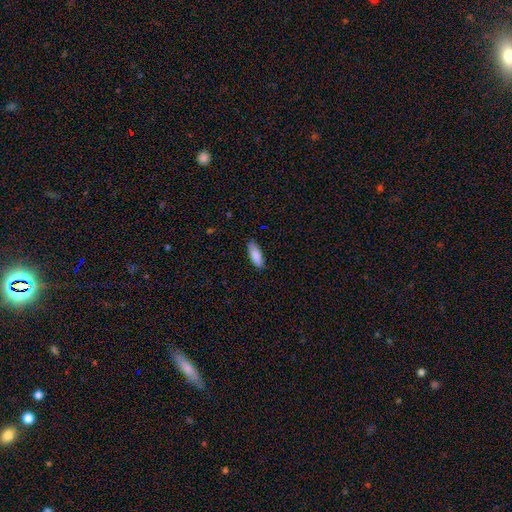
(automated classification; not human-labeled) This is clearly a smooth galaxy (87%). How rounded: likely in between (72%). Merging: clearly none (84%).